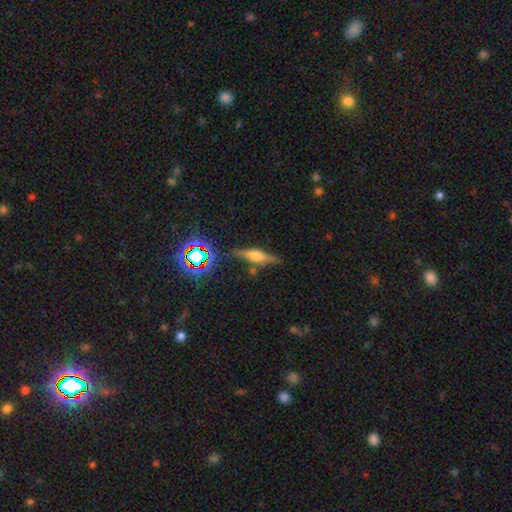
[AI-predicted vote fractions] smooth_or_featured: featured or disk (p=0.50) [alt: smooth p=0.36]
disk_edge_on: yes (p=0.92) [alt: no p=0.08]
merging: none (p=0.75) [alt: minor disturbance p=0.15]